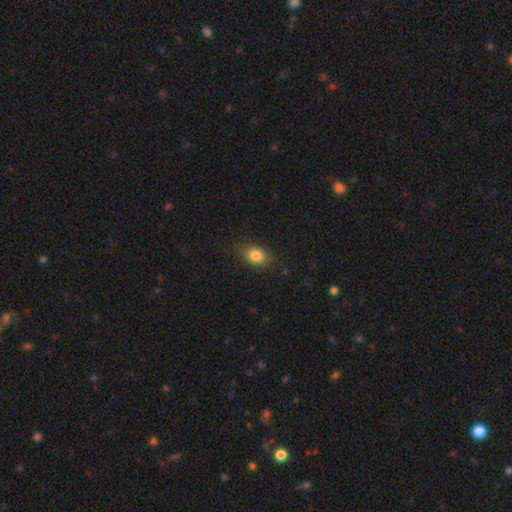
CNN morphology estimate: smooth-or-featured: smooth: 83% | star or artifact: 10% | featured or disk: 7%
  how-rounded: in between: 73% | round: 25% | cigar-shaped: 2%
  merging: none: 81% | minor disturbance: 14% | major disturbance: 4% | merger: 1%